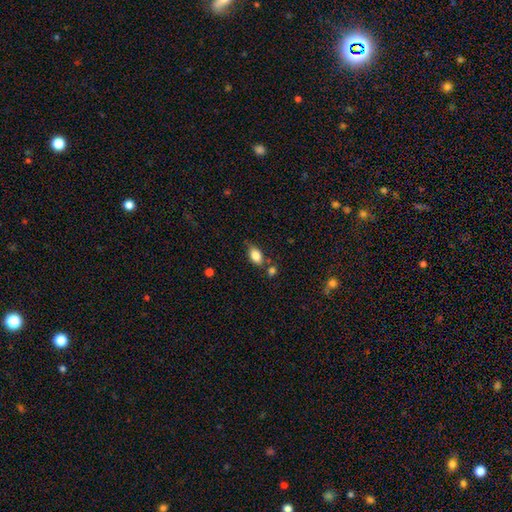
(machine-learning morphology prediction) Smooth or featured: smooth — 82% (featured or disk — 10%)
How rounded: in between — 87% (round — 9%)
Merging: none — 64% (minor disturbance — 19%)